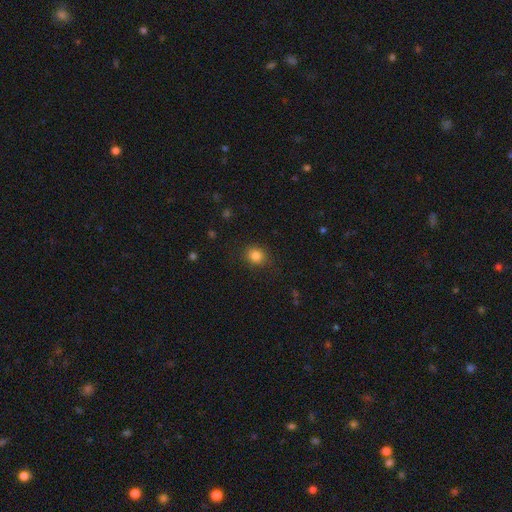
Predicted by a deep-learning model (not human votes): The model was most divided on "how rounded": round: 75%, in between: 24%, cigar-shaped: 1%. More confident: merging — none (85%); smooth or featured — smooth (84%).